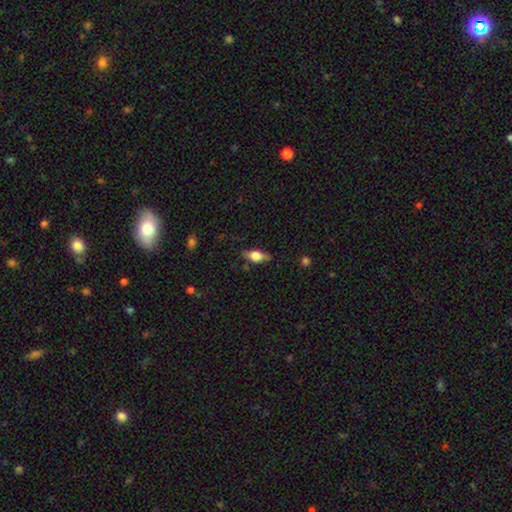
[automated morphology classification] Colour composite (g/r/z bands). It shows a smooth galaxy with no disk features (51%) that is in between round and cigar-shaped (73%). Merging: none (78%).